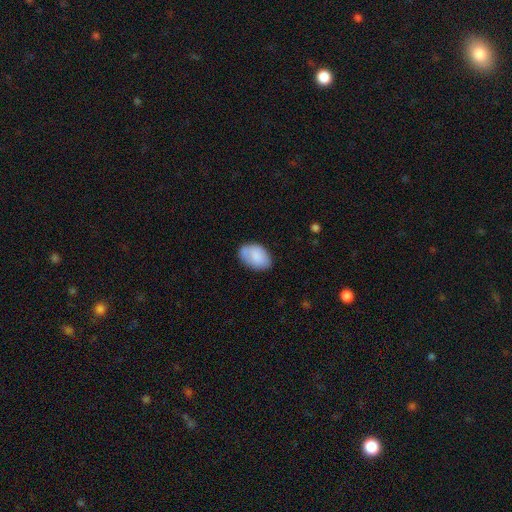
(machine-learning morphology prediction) A smooth galaxy with no disk features (82%) that is in between round and cigar-shaped (88%).

Vote fractions:
- Smooth or featured? smooth: 82% / featured or disk: 11% / star or artifact: 7%
- How rounded? in between: 88% / round: 11% / cigar-shaped: 1%
- Merging? none: 70% / minor disturbance: 23% / major disturbance: 5% / merger: 3%